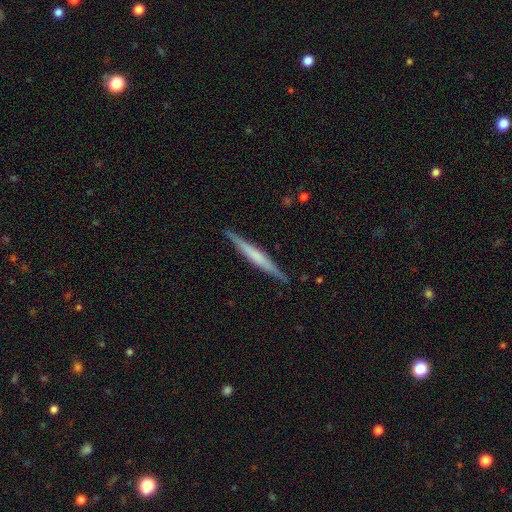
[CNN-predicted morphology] Smooth or featured?
  - featured or disk: 55% *
  - smooth: 39%
  - star or artifact: 5%
Edge-on disk?
  - yes: 97% *
  - no: 3%
Edge-on bulge?
  - none: 49% *
  - rounded: 27%
  - boxy: 24%
Merging?
  - none: 90% *
  - minor disturbance: 8%
  - major disturbance: 1%
  - merger: 1%